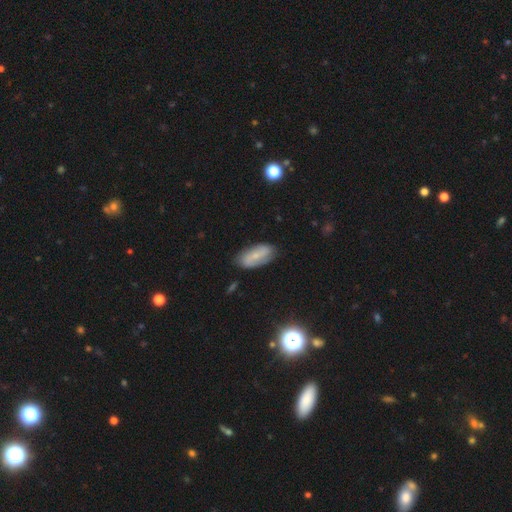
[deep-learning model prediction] Smooth or featured?
  - featured or disk: 47% *
  - smooth: 45%
  - star or artifact: 8%
Merging?
  - none: 80% *
  - minor disturbance: 15%
  - major disturbance: 3%
  - merger: 2%